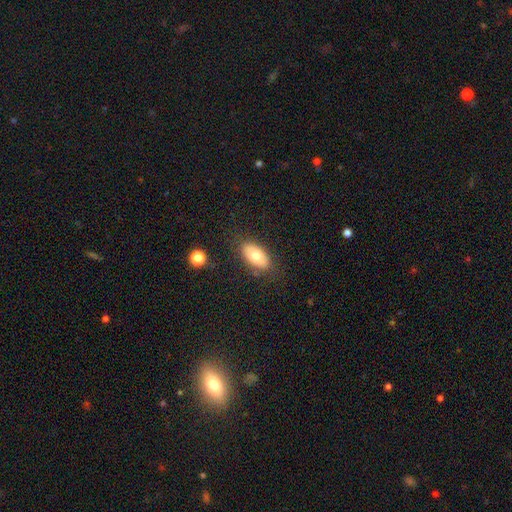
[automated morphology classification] This is likely a smooth galaxy (72%). How rounded: clearly in between (90%). Merging: clearly none (83%).